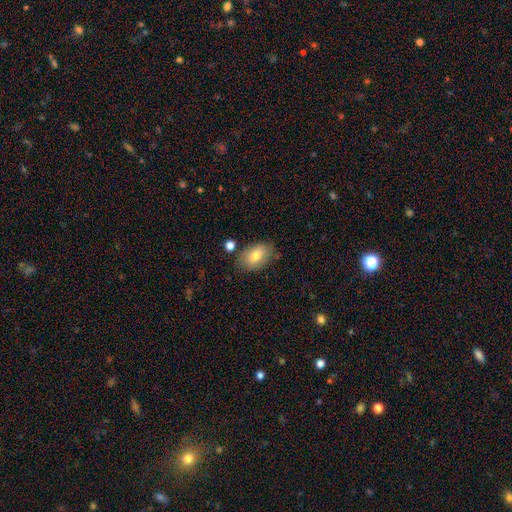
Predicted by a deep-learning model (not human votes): smooth 76%, featured or disk 17%, star or artifact 8%. Down the decision tree: how rounded — in between (89%); merging — none (78%).